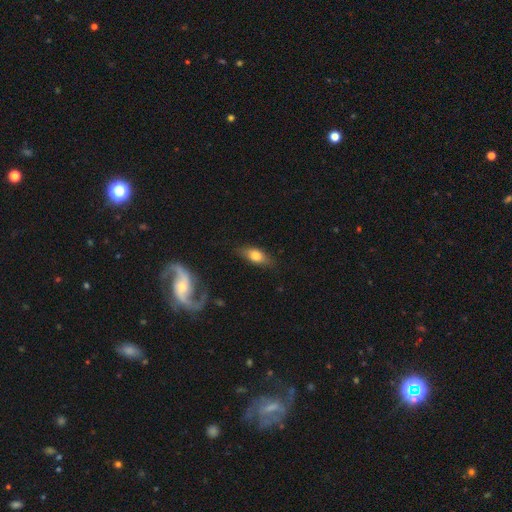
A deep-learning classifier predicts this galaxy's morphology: type=smooth (68%); roundness=in between (77%); merging=none (77%).